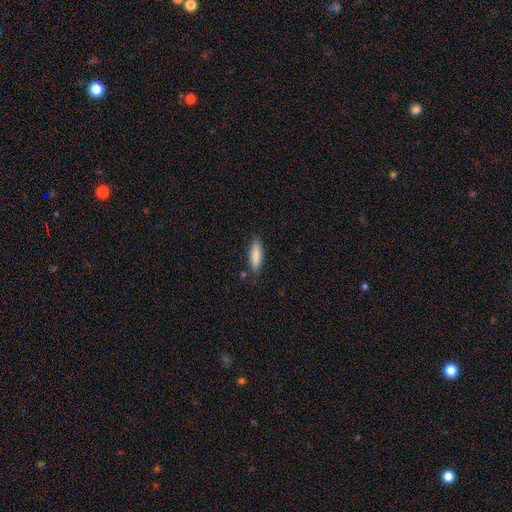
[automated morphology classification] smooth-or-featured: smooth: 85% | featured or disk: 9% | star or artifact: 6%
  how-rounded: cigar-shaped: 55% | in between: 44% | round: 2%
  merging: none: 80% | minor disturbance: 14% | major disturbance: 3% | merger: 3%